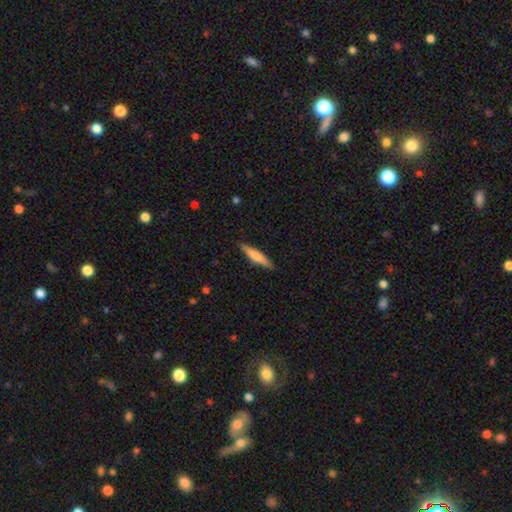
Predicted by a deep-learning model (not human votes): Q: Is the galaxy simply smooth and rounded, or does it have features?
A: smooth — 69%.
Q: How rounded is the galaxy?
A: cigar-shaped — 87%.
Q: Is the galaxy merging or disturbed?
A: none — 88%.